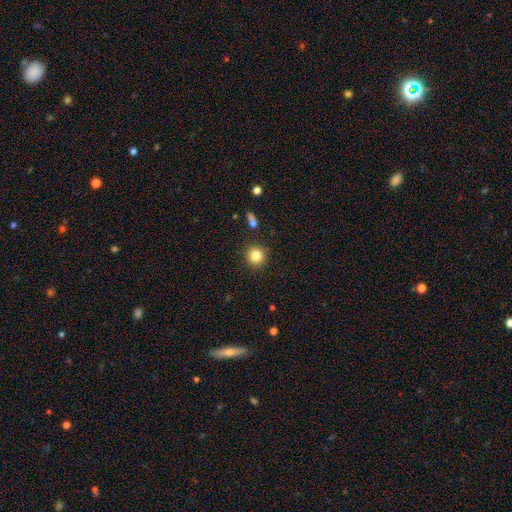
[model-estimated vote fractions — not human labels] Q: Smooth or featured?
A: smooth (85%); runner-up: star or artifact (10%)
Q: How rounded?
A: round (93%); runner-up: in between (6%)
Q: Merging?
A: none (88%); runner-up: minor disturbance (7%)